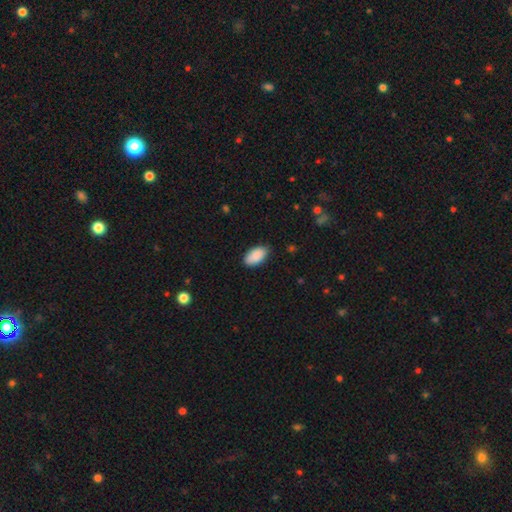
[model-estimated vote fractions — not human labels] Morphology: type=smooth (90%); roundness=in between (95%); merging=none (83%).